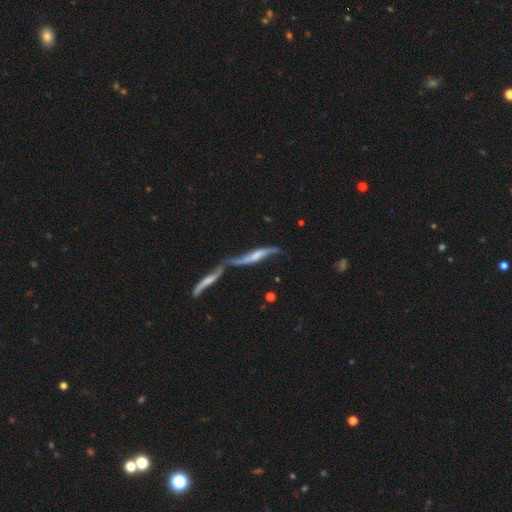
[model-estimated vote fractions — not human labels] Overall: featured or disk (68%). Edge-on disk: yes (59%; no 41%). Merging: merger (57%; none 23%).